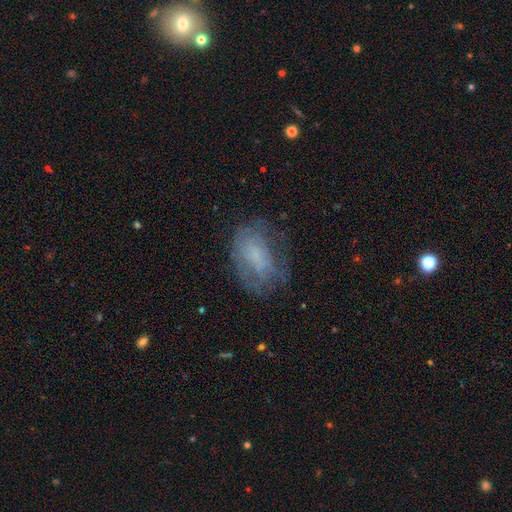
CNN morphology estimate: Smooth or featured? smooth (47%)
Merging? none (56%)